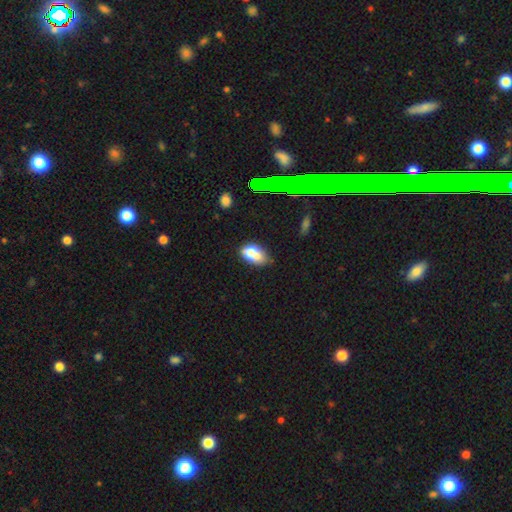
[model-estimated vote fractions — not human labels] smooth 66%, featured or disk 24%, star or artifact 11%. Down the decision tree: how rounded — in between (83%); merging — merger (38%).